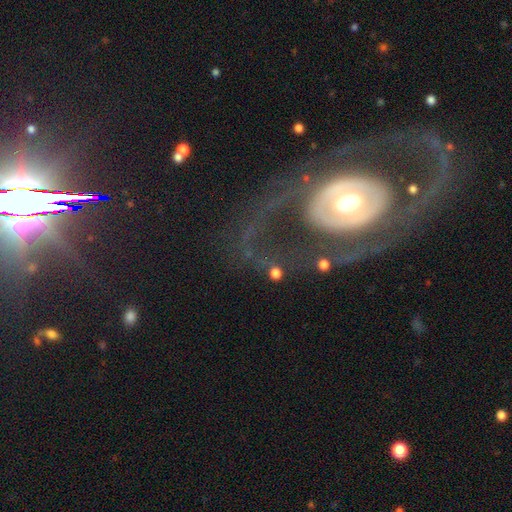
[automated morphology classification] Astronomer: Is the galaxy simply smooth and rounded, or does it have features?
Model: featured or disk — 76%.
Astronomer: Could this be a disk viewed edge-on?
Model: no — 93%.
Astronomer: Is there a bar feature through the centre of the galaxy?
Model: no — 62%.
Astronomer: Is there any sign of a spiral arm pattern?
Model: yes — 61% (runner-up: no, 39%).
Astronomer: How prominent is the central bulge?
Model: moderate — 58%.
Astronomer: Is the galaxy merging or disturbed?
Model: none — 69%.